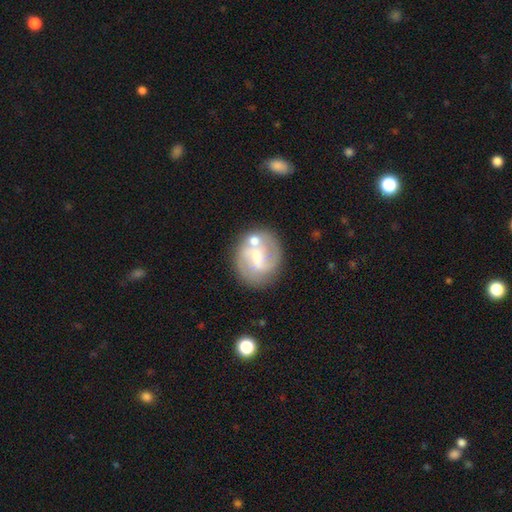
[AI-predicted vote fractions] The model was most divided on "bar": weak: 43%, no: 38%, strong: 19%. Remaining: edge-on disk — no (97%); spiral arms — yes (64%); smooth or featured — featured or disk (57%); merging — none (56%); bulge size — moderate (38%).